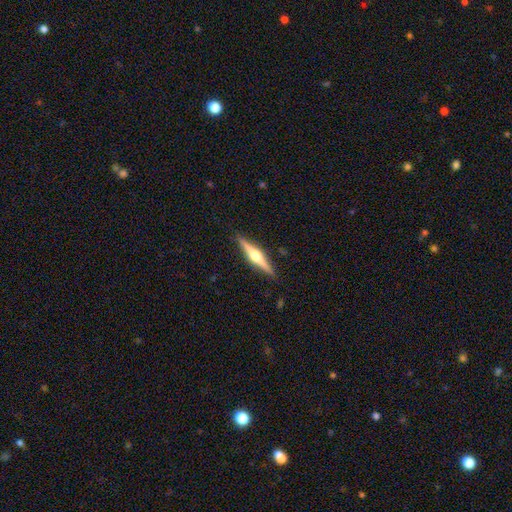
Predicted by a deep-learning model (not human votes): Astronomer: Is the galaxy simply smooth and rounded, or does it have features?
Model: featured or disk — 76%.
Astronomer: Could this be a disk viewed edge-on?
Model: yes — 98%.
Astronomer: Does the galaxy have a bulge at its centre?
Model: rounded — 95%.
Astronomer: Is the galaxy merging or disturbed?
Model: none — 91%.